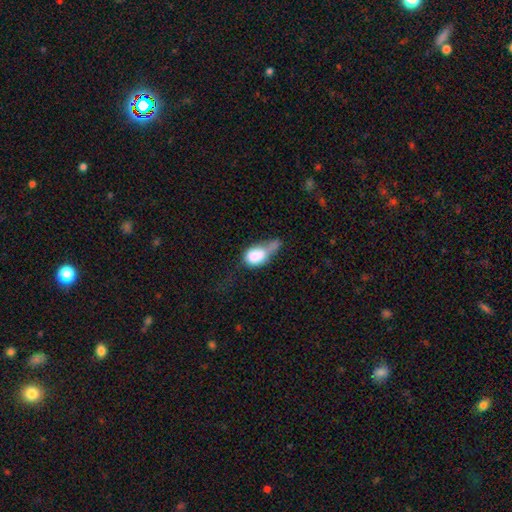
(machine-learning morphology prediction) Overall: smooth (74%). How rounded: in between (73%). Merging: major disturbance (34%; merger 26%).